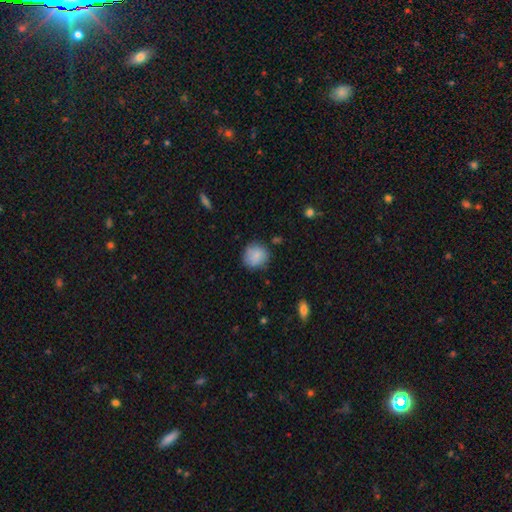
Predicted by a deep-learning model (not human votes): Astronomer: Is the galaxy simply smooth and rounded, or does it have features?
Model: smooth — 84%.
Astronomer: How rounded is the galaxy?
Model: round — 85%.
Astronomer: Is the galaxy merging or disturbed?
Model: none — 78%.